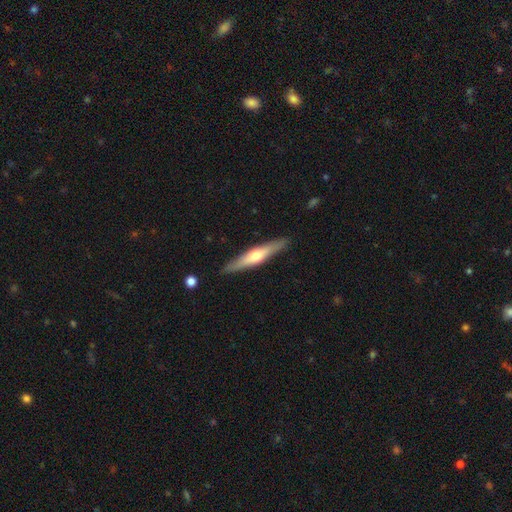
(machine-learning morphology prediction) Q: Smooth or featured?
A: featured or disk (60%); runner-up: smooth (36%)
Q: Edge-on disk?
A: yes (95%); runner-up: no (5%)
Q: Edge-on bulge?
A: rounded (91%); runner-up: none (6%)
Q: Merging?
A: none (90%); runner-up: minor disturbance (8%)